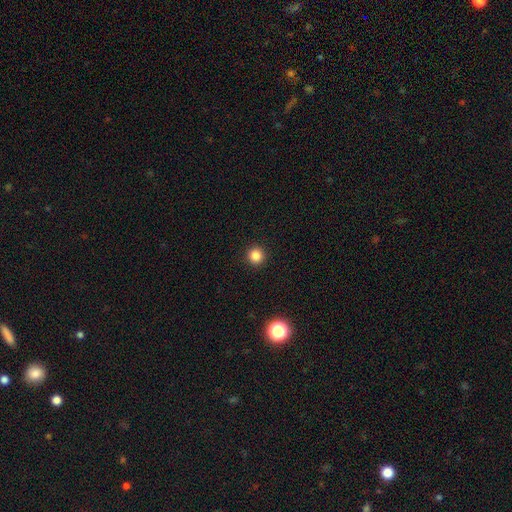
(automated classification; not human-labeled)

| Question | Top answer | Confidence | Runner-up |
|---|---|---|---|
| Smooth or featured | smooth | 83% | star or artifact (13%) |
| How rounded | round | 95% | in between (4%) |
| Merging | none | 93% | minor disturbance (4%) |